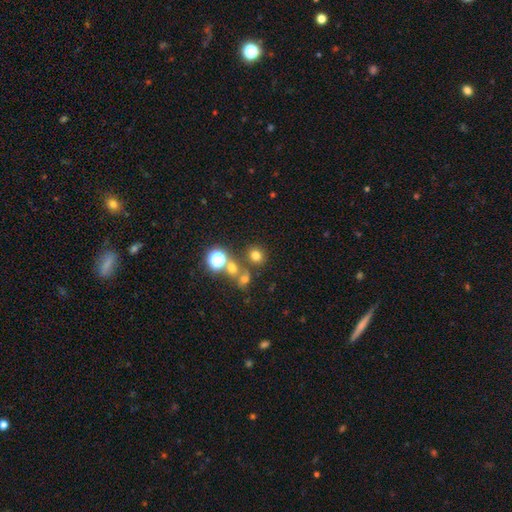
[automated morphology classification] This appears to be a smooth galaxy with no disk features (69%) that is round (83%). Merging: none (74%).